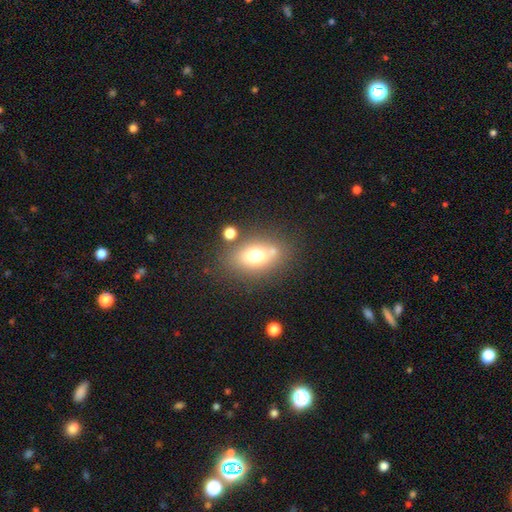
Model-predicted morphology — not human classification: smooth-or-featured: smooth: 70% | featured or disk: 19% | star or artifact: 11%
  how-rounded: in between: 79% | round: 17% | cigar-shaped: 4%
  merging: none: 68% | minor disturbance: 14% | merger: 12% | major disturbance: 6%